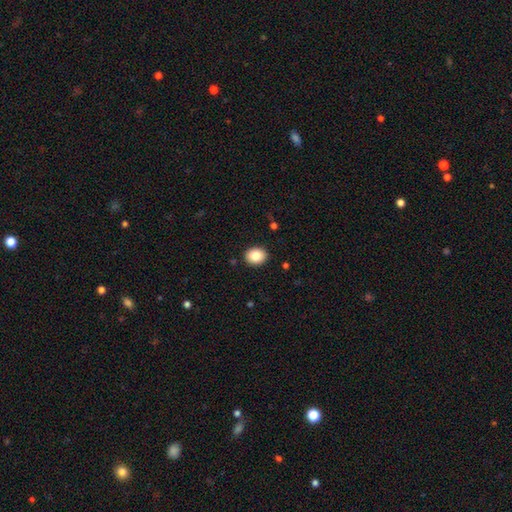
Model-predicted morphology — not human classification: type=smooth (85%); roundness=round (52%); merging=none (91%).